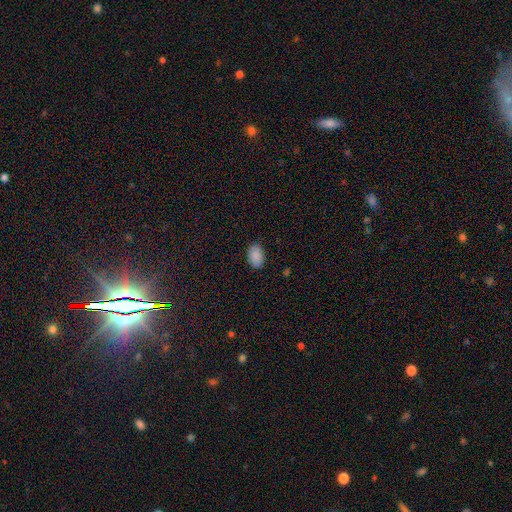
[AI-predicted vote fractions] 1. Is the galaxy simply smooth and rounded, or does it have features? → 89% smooth, 8% star or artifact, 3% featured or disk.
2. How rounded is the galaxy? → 87% in between, 12% round, 1% cigar-shaped.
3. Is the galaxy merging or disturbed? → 88% none, 9% minor disturbance, 2% major disturbance, 1% merger.